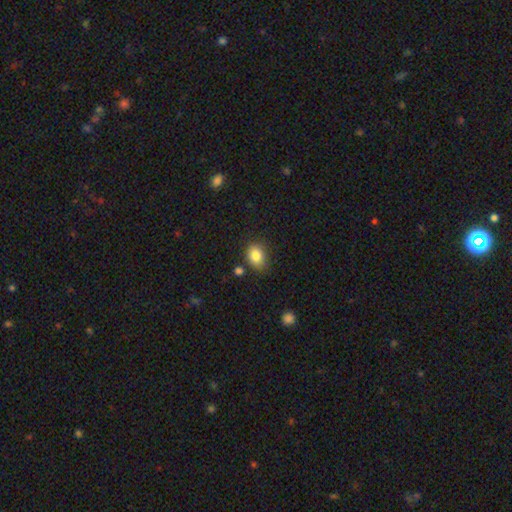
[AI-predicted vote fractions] The model was most divided on "how rounded": in between: 55%, round: 44%, cigar-shaped: 1%. More confident: smooth or featured — smooth (85%); merging — none (73%).